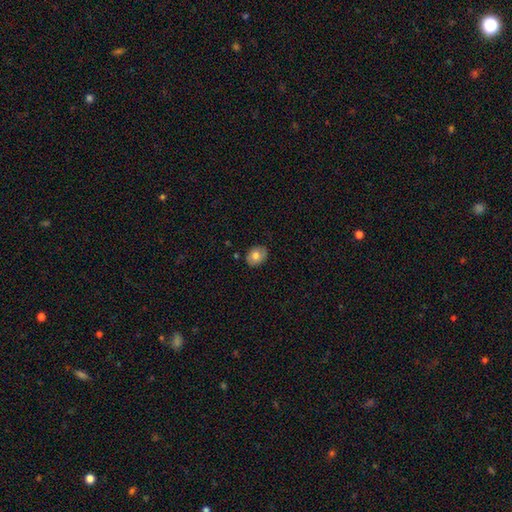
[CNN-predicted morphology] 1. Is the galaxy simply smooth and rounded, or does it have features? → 75% smooth, 17% featured or disk, 8% star or artifact.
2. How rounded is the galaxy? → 60% in between, 39% round, 1% cigar-shaped.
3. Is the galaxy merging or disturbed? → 84% none, 13% minor disturbance, 2% major disturbance, 1% merger.